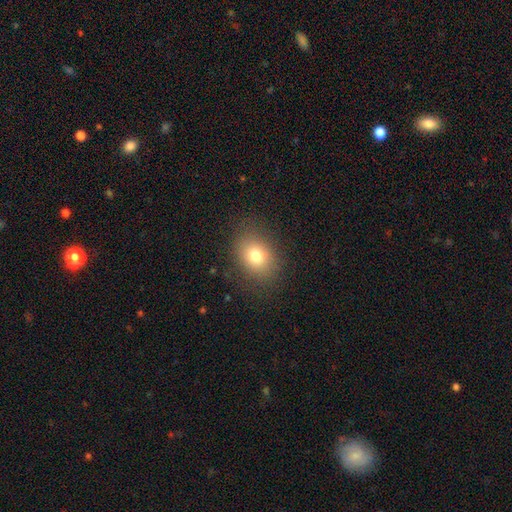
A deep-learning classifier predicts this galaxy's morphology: Overall: smooth (77%). How rounded: in between (54%; round 45%). Merging: none (83%).